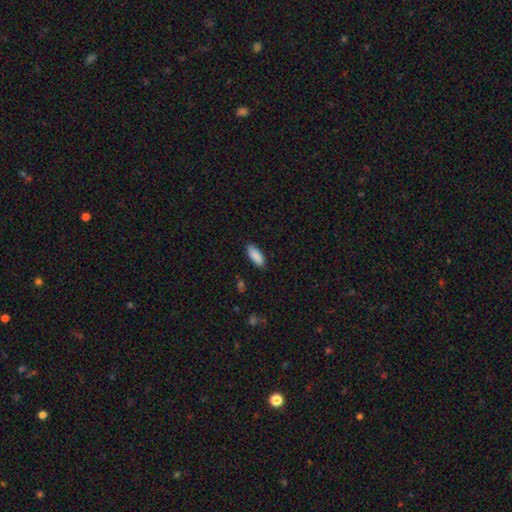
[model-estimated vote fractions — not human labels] Overall: smooth (90%). How rounded: in between (82%). Merging: none (87%).